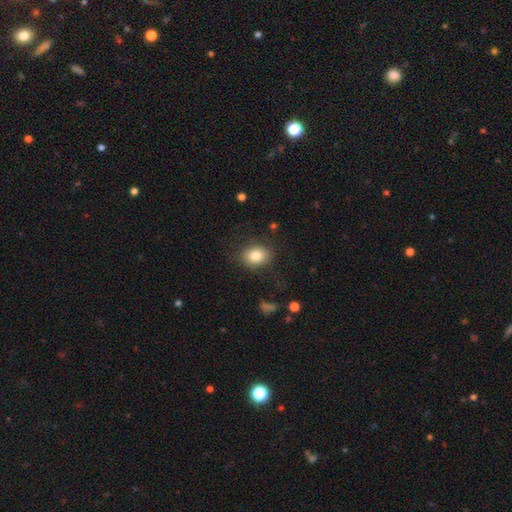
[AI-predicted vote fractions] The model was most divided on "how rounded": in between: 55%, round: 44%, cigar-shaped: 1%. More confident: smooth or featured — smooth (83%); merging — none (80%).